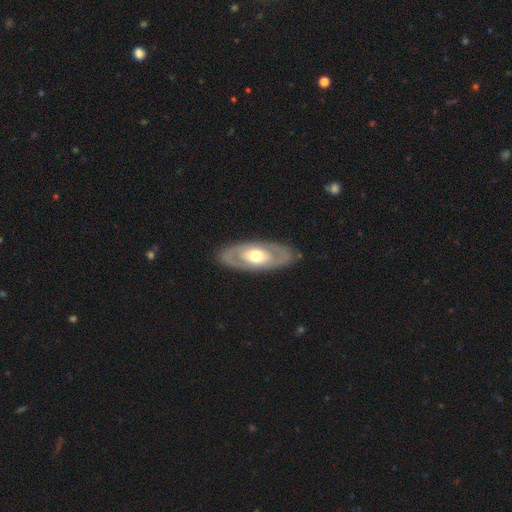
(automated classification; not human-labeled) Smooth or featured?
  - featured or disk: 64% *
  - smooth: 32%
  - star or artifact: 4%
Edge-on disk?
  - no: 87% *
  - yes: 13%
Bar?
  - no: 81% *
  - weak: 13%
  - strong: 5%
Spiral arms?
  - no: 72% *
  - yes: 28%
Bulge size?
  - moderate: 69% *
  - large: 16%
  - small: 13%
  - dominant: 1%
  - none: 1%
Merging?
  - none: 86% *
  - minor disturbance: 9%
  - major disturbance: 3%
  - merger: 1%